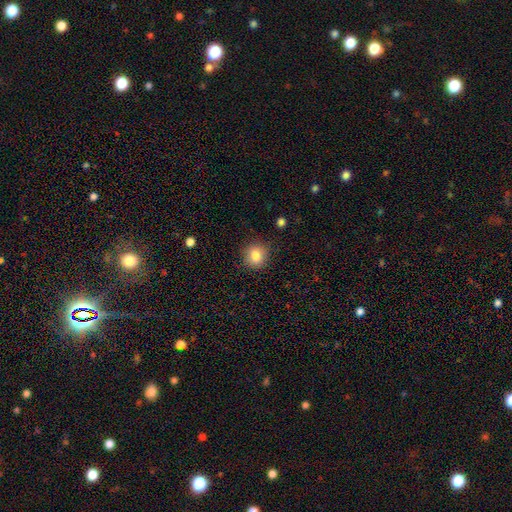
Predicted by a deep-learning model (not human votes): smooth-or-featured: smooth: 84% | star or artifact: 10% | featured or disk: 7%
  how-rounded: round: 85% | in between: 14% | cigar-shaped: 1%
  merging: none: 87% | minor disturbance: 9% | major disturbance: 2% | merger: 1%